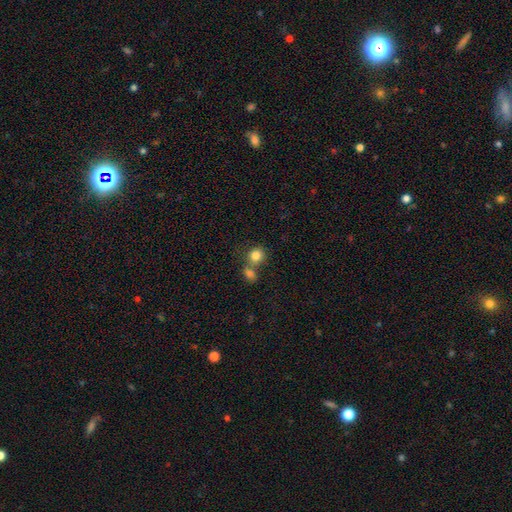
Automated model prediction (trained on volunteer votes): Smooth or featured?
  - smooth: 82% *
  - star or artifact: 10%
  - featured or disk: 8%
How rounded?
  - round: 79% *
  - in between: 20%
  - cigar-shaped: 1%
Merging?
  - none: 46% *
  - merger: 42%
  - minor disturbance: 8%
  - major disturbance: 3%